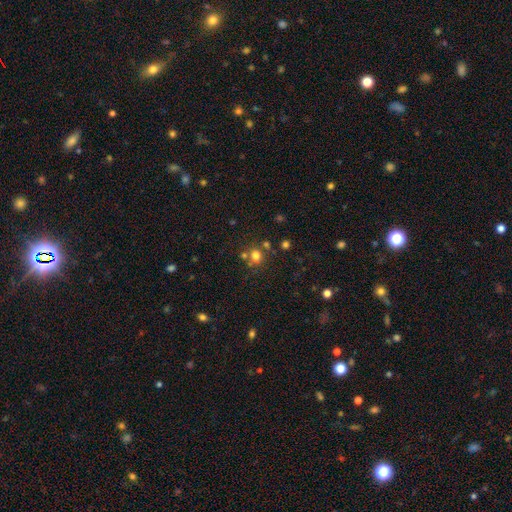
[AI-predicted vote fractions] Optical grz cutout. It shows a smooth galaxy with no disk features (72%) that is round (81%). Merging: none (64%).